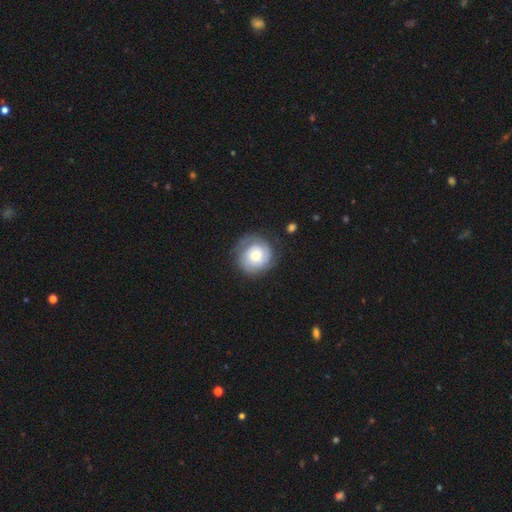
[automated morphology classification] A featured or disk galaxy (59%) with no bar (80%), spiral arms (86%) and a moderate central bulge (63%). Merging: none (72%).